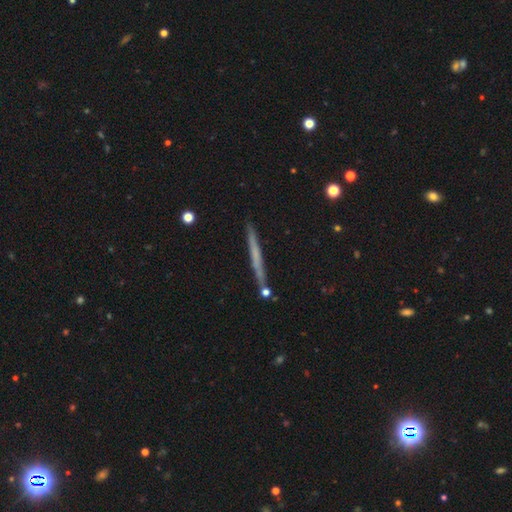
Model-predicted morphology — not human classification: Smooth or featured? Predicted: featured or disk (p=0.49). Merging? Predicted: none (p=0.87).